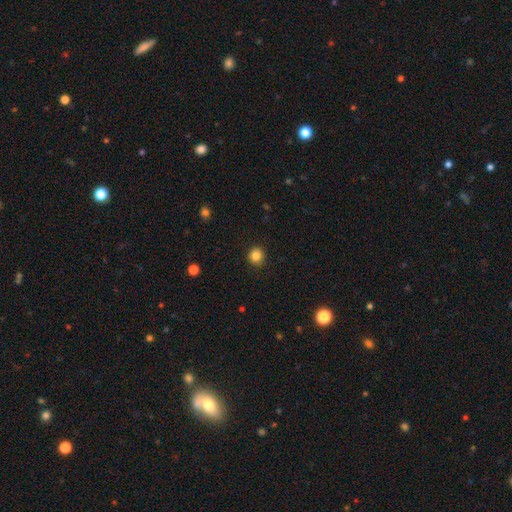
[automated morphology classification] smooth_or_featured: smooth (p=0.84) [alt: star or artifact p=0.11]
how_rounded: round (p=0.88) [alt: in between p=0.11]
merging: none (p=0.90) [alt: minor disturbance p=0.07]